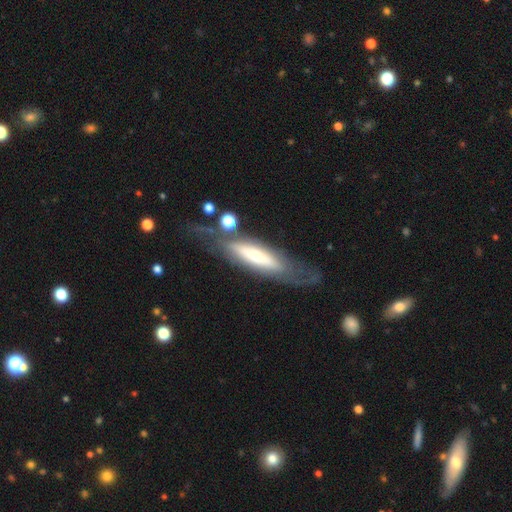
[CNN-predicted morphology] Overall: featured or disk (60%; smooth 34%). Edge-on disk: no (52%; yes 48%). Merging: none (57%; minor disturbance 19%).